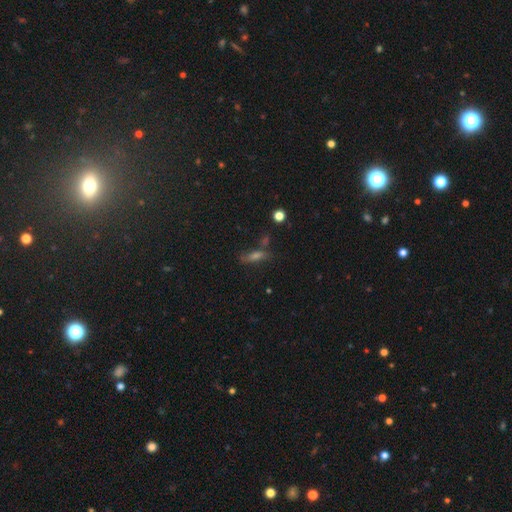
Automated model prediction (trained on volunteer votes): The model was most divided on "smooth or featured": smooth: 47%, featured or disk: 28%, star or artifact: 25%. More confident: merging — none (64%).